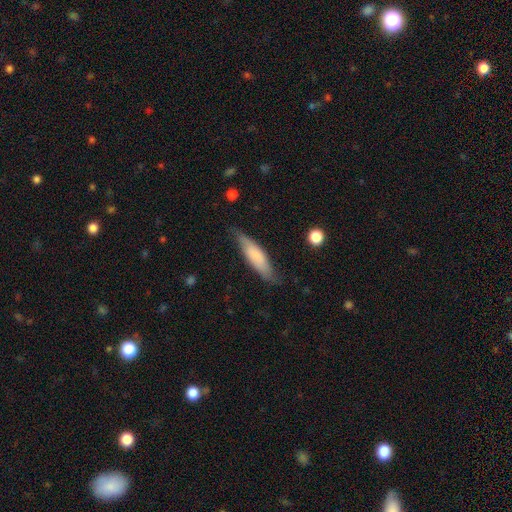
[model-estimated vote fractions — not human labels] Overall: smooth (69%). How rounded: cigar-shaped (66%; in between 32%). Merging: none (74%).